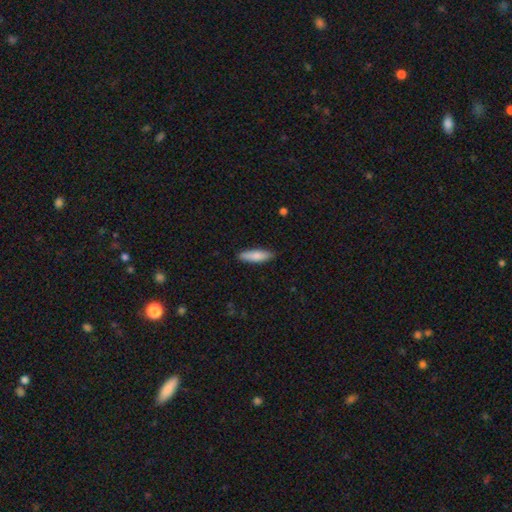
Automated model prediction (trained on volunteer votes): Smooth or featured?
  - smooth: 82% *
  - featured or disk: 12%
  - star or artifact: 6%
How rounded?
  - cigar-shaped: 58% *
  - in between: 40%
  - round: 2%
Merging?
  - none: 87% *
  - minor disturbance: 11%
  - major disturbance: 2%
  - merger: 1%